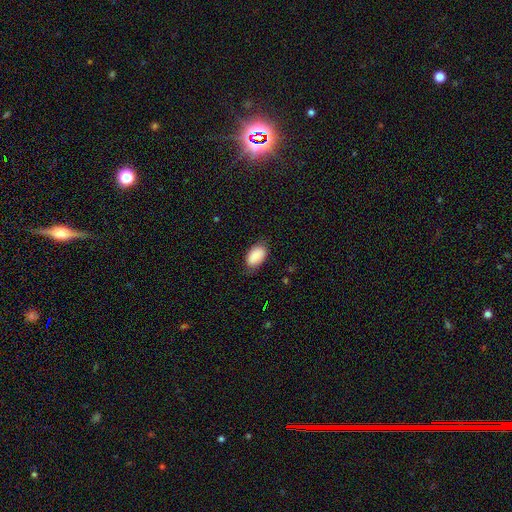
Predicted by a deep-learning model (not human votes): Smooth or featured? smooth (88%)
How rounded? in between (94%)
Merging? none (74%)